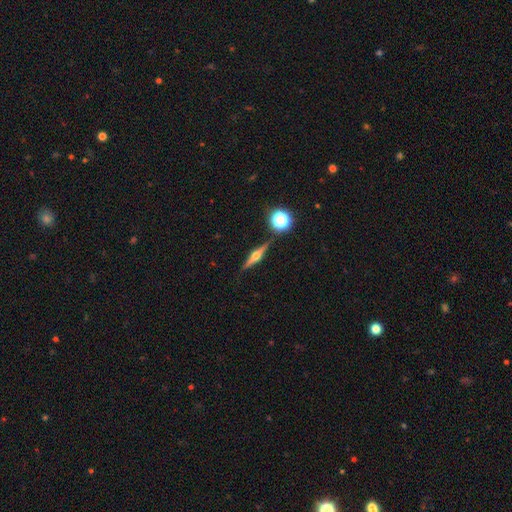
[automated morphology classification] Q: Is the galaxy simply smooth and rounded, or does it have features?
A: featured or disk — 74%.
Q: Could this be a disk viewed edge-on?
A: yes — 97%.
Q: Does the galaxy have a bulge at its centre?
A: rounded — 95%.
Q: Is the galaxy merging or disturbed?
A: none — 88%.